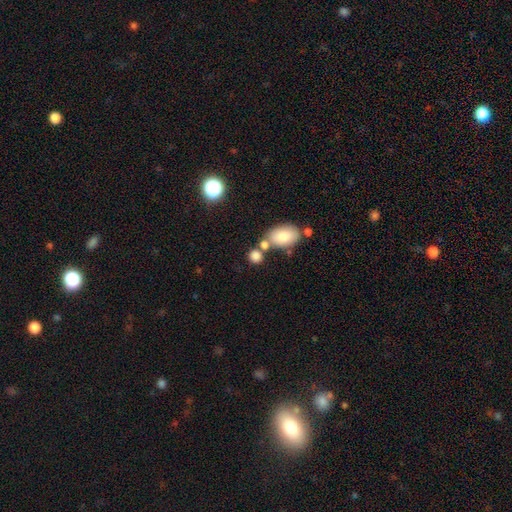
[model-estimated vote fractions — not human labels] Smooth or featured?
  - smooth: 81% *
  - star or artifact: 11%
  - featured or disk: 8%
How rounded?
  - round: 66% *
  - in between: 32%
  - cigar-shaped: 2%
Merging?
  - none: 56% *
  - merger: 28%
  - minor disturbance: 11%
  - major disturbance: 5%